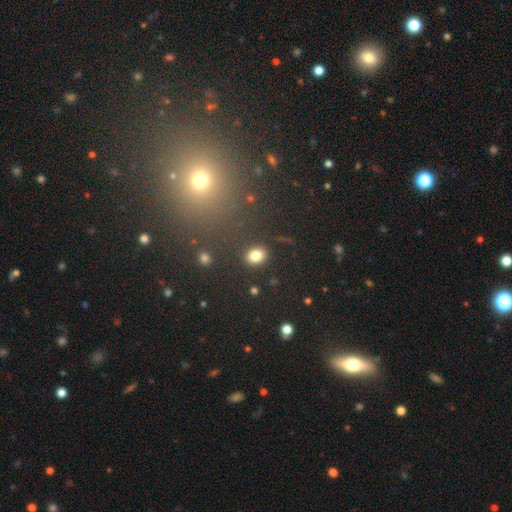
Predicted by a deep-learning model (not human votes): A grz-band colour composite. It shows a smooth galaxy with no disk features (82%) that is in between round and cigar-shaped (51%). Merging: none (86%).